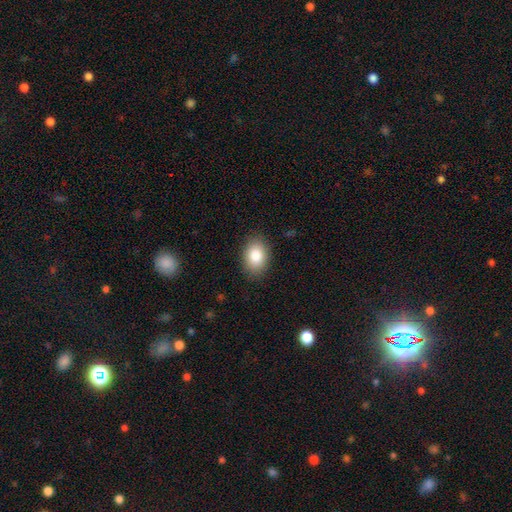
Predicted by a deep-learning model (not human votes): The model was most divided on "how rounded": in between: 82%, round: 17%, cigar-shaped: 1%. More confident: merging — none (87%); smooth or featured — smooth (84%).